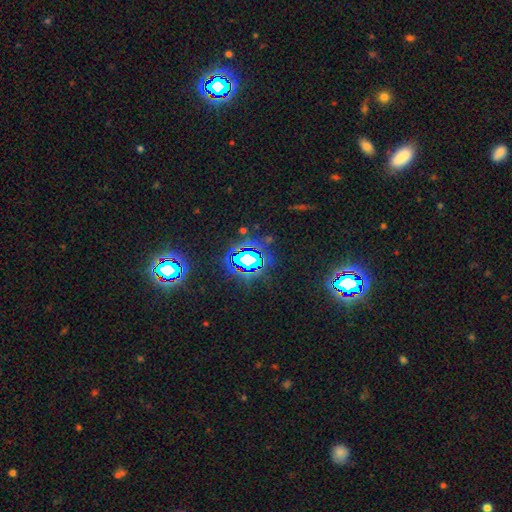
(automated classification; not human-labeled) This appears to be a star or artifact, not a galaxy (78%).